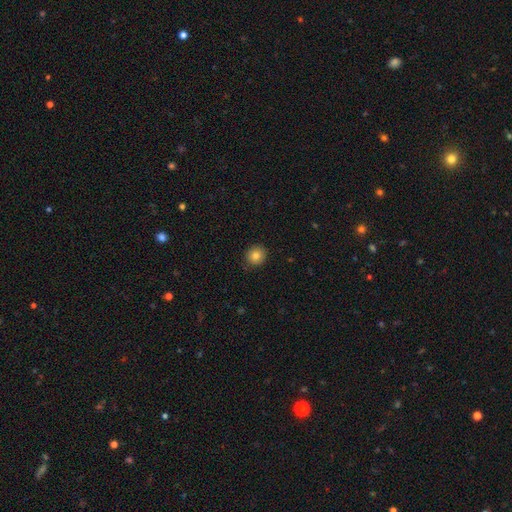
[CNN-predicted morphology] This is clearly a smooth galaxy (82%). How rounded: clearly round (86%). Merging: clearly none (87%).